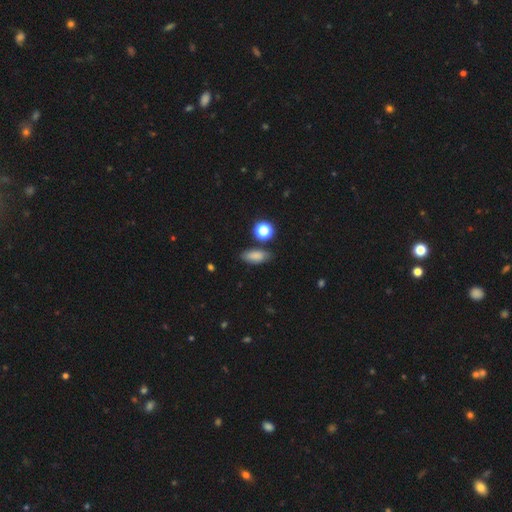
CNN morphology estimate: smooth-or-featured: smooth: 80% | star or artifact: 12% | featured or disk: 8%
  how-rounded: in between: 79% | cigar-shaped: 14% | round: 7%
  merging: none: 78% | minor disturbance: 14% | merger: 5% | major disturbance: 3%